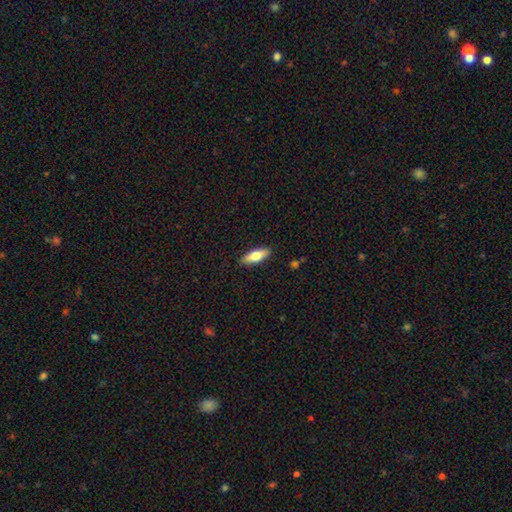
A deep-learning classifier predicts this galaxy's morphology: smooth 68%, featured or disk 26%, star or artifact 6%. Down the decision tree: how rounded — in between (65%); merging — none (88%).